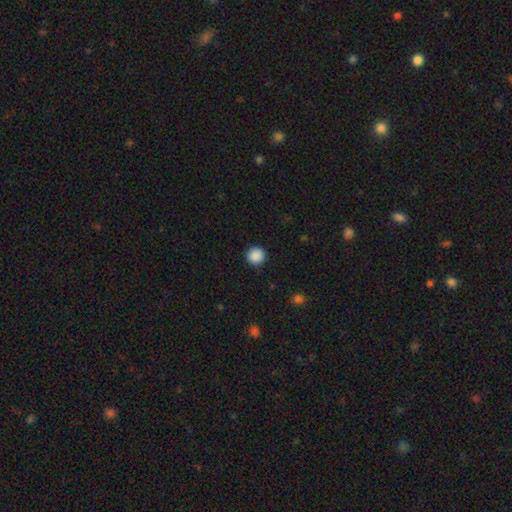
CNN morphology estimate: The model was most divided on "smooth or featured": smooth: 89%, star or artifact: 9%, featured or disk: 2%. More confident: how rounded — round (95%); merging — none (92%).